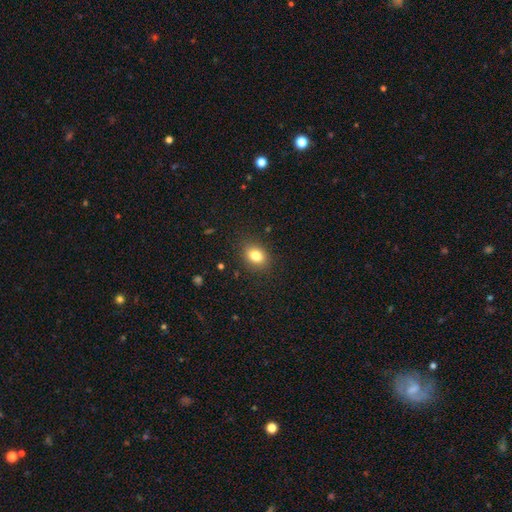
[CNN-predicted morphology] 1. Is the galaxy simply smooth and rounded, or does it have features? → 82% smooth, 10% star or artifact, 8% featured or disk.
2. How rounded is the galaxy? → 63% in between, 35% round, 1% cigar-shaped.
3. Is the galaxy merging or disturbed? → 87% none, 10% minor disturbance, 3% major disturbance, 1% merger.